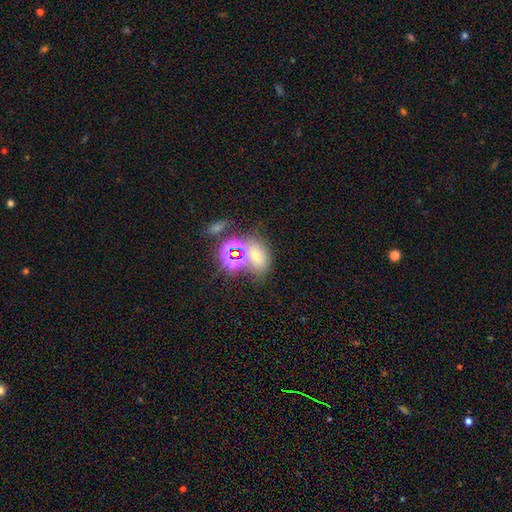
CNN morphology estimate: This is possibly a smooth galaxy (53%). How rounded: likely in between (74%). Merging: possibly none (54%).